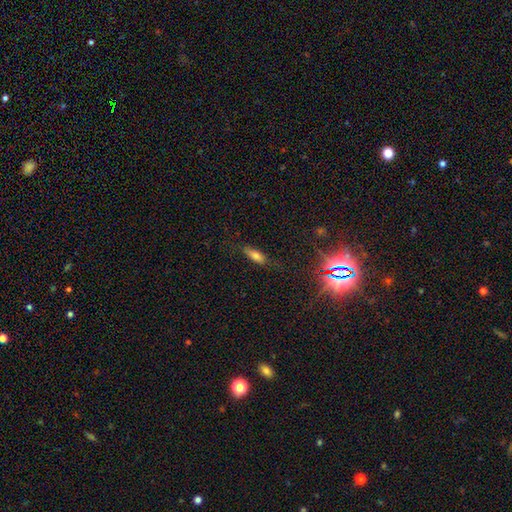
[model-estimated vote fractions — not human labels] smooth 69%, featured or disk 18%, star or artifact 13%. Down the decision tree: how rounded — in between (62%); merging — none (76%).